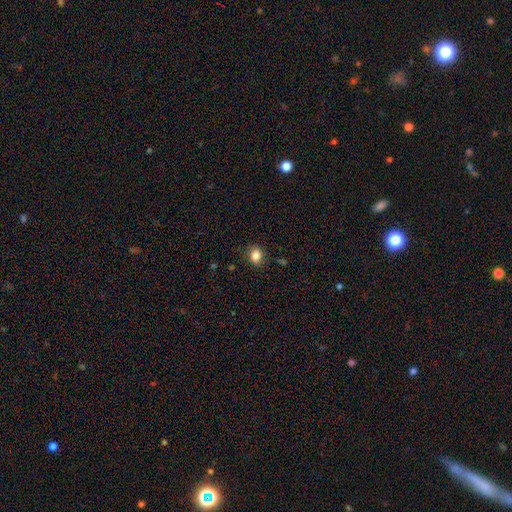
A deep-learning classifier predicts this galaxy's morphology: type=smooth (84%); roundness=in between (60%); merging=none (84%).